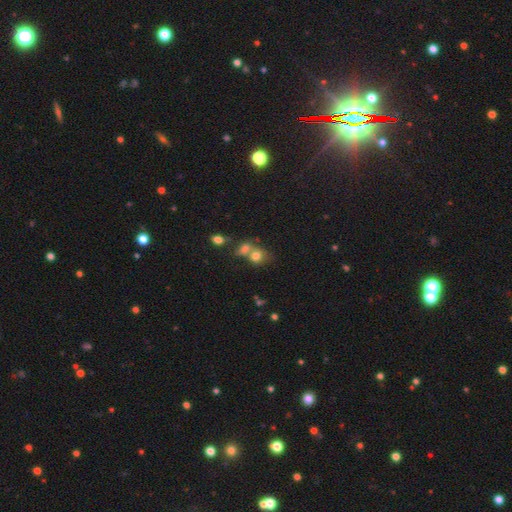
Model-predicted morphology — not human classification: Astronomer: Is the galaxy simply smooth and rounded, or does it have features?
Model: smooth — 73%.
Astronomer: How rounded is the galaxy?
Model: round — 64%.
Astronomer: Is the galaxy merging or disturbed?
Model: merger — 54% (runner-up: none, 31%).